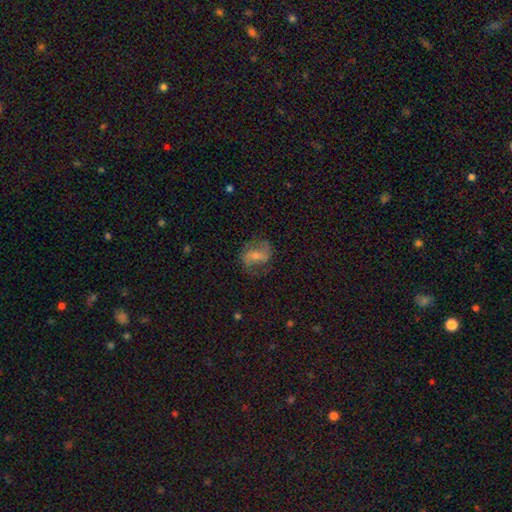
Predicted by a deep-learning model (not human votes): Q: Smooth or featured?
A: featured or disk (66%); runner-up: smooth (24%)
Q: Edge-on disk?
A: no (96%); runner-up: yes (4%)
Q: Bar?
A: weak (40%); runner-up: no (33%)
Q: Spiral arms?
A: yes (87%); runner-up: no (13%)
Q: Spiral winding?
A: medium (44%); runner-up: loose (39%)
Q: Spiral arm count?
A: 2 (85%); runner-up: can't tell (8%)
Q: Bulge size?
A: small (53%); runner-up: moderate (39%)
Q: Merging?
A: none (72%); runner-up: minor disturbance (17%)